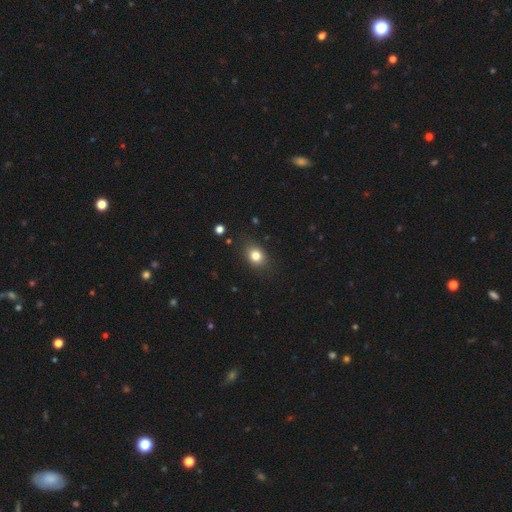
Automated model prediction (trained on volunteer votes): smooth_or_featured: smooth (p=0.81) [alt: star or artifact p=0.11]
how_rounded: in between (p=0.54) [alt: round p=0.44]
merging: none (p=0.82) [alt: minor disturbance p=0.13]